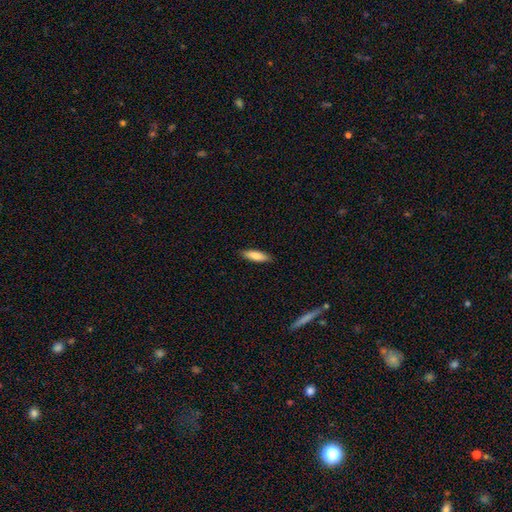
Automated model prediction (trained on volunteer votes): smooth 82%, featured or disk 12%, star or artifact 6%. Down the decision tree: how rounded — cigar-shaped (55%); merging — none (89%).